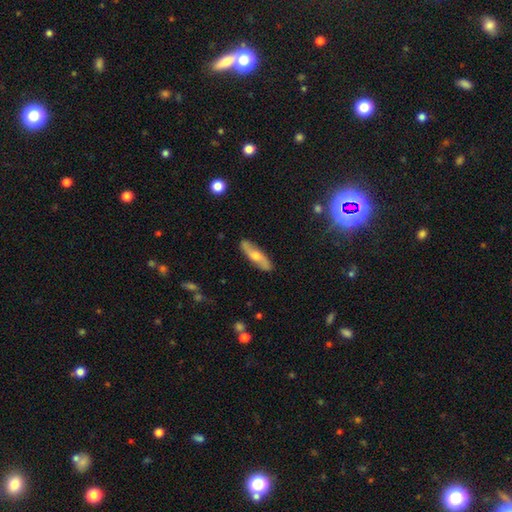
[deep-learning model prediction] Smooth or featured? featured or disk (57%)
Edge-on disk? no (58%)
Merging? none (86%)